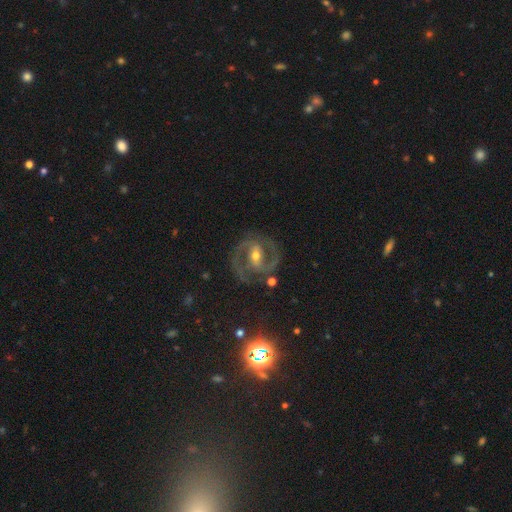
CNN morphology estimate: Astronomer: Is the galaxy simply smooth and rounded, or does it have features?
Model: featured or disk — 89%.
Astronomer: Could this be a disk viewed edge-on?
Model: no — 97%.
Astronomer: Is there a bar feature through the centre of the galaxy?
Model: strong — 49% (runner-up: weak, 36%).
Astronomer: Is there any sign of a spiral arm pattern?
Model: yes — 97%.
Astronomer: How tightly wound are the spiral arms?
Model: medium — 59%.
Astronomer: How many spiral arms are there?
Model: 2 — 90%.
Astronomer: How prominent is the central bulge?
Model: moderate — 58% (runner-up: small, 37%).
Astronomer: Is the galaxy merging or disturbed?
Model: none — 80%.